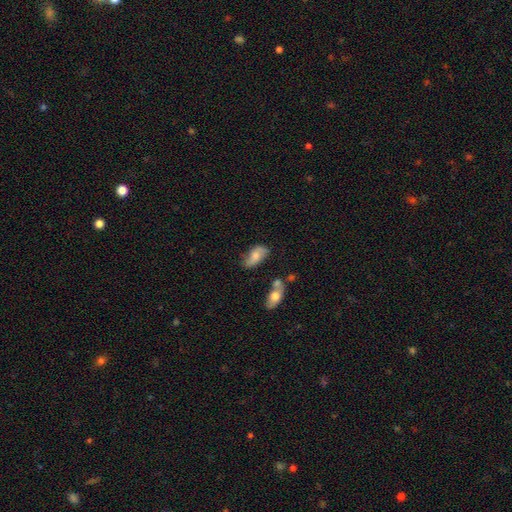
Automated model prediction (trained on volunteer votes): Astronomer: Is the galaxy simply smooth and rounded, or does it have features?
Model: smooth — 61%.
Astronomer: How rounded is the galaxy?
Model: in between — 90%.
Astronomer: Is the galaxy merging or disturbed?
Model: none — 59%.